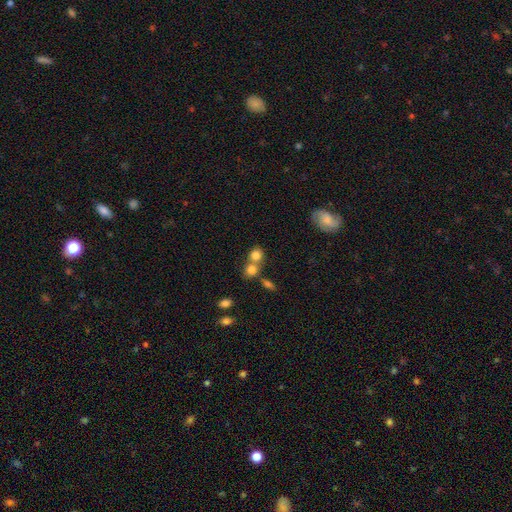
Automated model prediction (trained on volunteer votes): Overall: smooth (79%). How rounded: round (79%). Merging: merger (50%; none 40%).